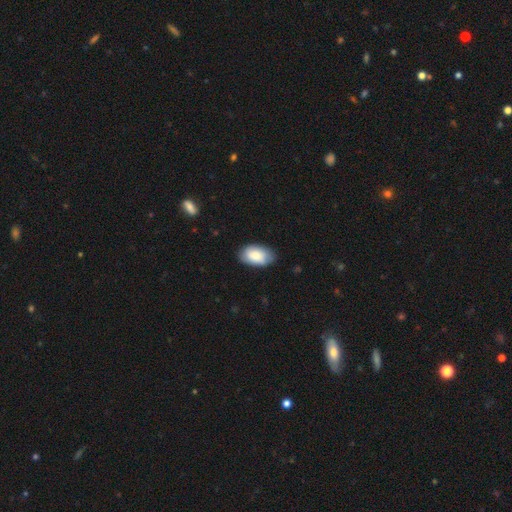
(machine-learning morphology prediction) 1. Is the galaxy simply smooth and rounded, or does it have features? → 85% smooth, 10% featured or disk, 6% star or artifact.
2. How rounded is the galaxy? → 94% in between, 4% round, 1% cigar-shaped.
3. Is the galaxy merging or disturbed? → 81% none, 15% minor disturbance, 3% major disturbance, 1% merger.